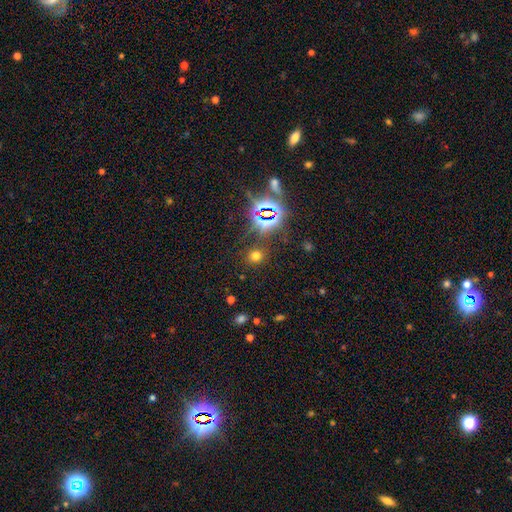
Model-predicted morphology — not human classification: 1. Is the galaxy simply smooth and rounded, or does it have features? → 59% smooth, 34% star or artifact, 7% featured or disk.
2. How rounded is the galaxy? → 84% round, 14% in between, 1% cigar-shaped.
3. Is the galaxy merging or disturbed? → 85% none, 8% minor disturbance, 4% major disturbance, 3% merger.